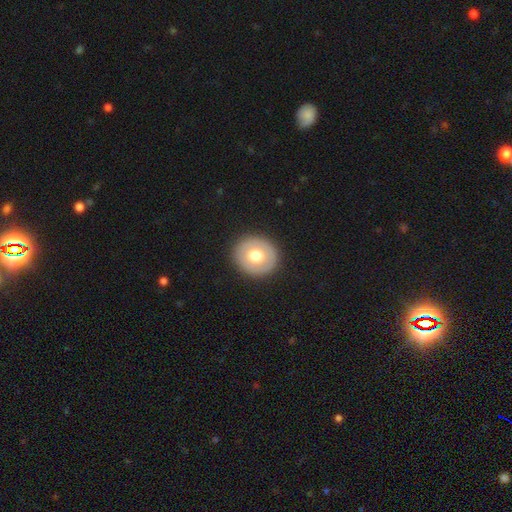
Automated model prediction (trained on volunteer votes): Smooth or featured? smooth (62%)
How rounded? round (89%)
Merging? none (90%)